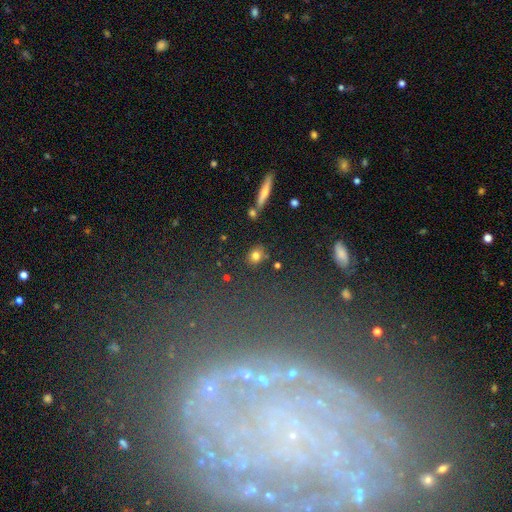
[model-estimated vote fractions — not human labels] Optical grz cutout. It shows a smooth galaxy with no disk features (78%) that is round (62%). Merging: none (81%).